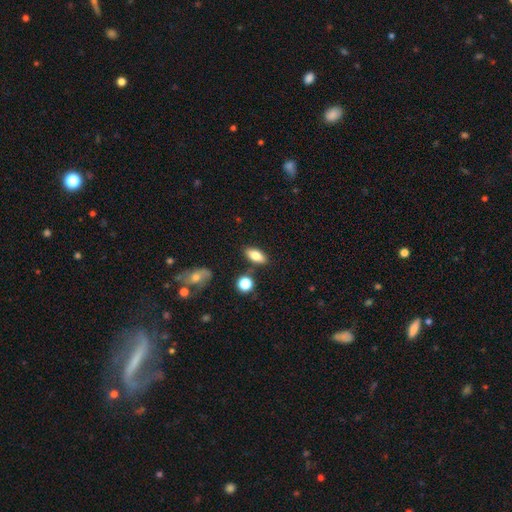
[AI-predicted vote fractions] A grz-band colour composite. It shows a smooth galaxy with no disk features (77%) that is in between round and cigar-shaped (83%). Merging: none (82%).